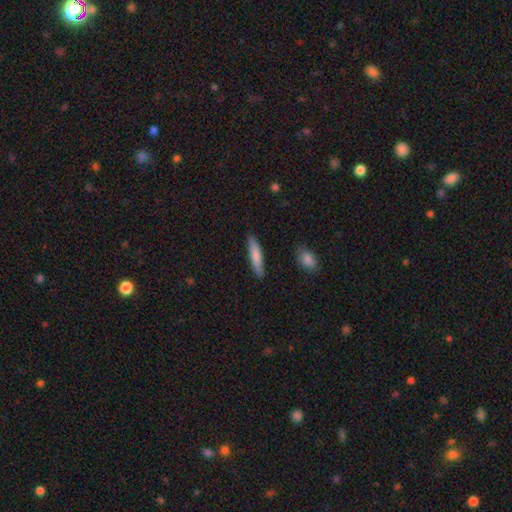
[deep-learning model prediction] The model was most divided on "smooth or featured": smooth: 78%, featured or disk: 17%, star or artifact: 5%. More confident: merging — none (88%); how rounded — cigar-shaped (82%).